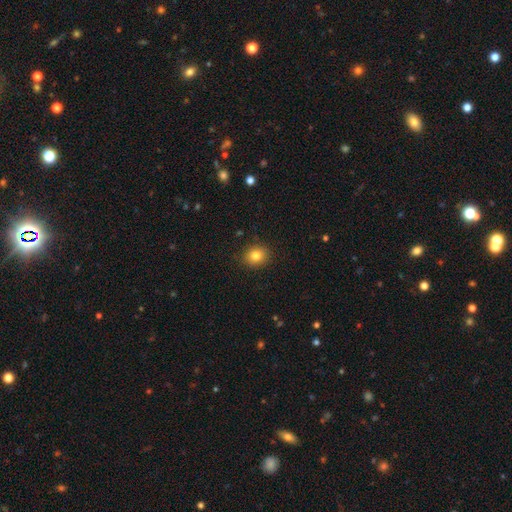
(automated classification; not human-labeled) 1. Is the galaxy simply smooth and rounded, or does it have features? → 82% smooth, 11% star or artifact, 7% featured or disk.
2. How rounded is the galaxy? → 71% round, 28% in between, 1% cigar-shaped.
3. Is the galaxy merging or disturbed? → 89% none, 7% minor disturbance, 2% major disturbance, 1% merger.